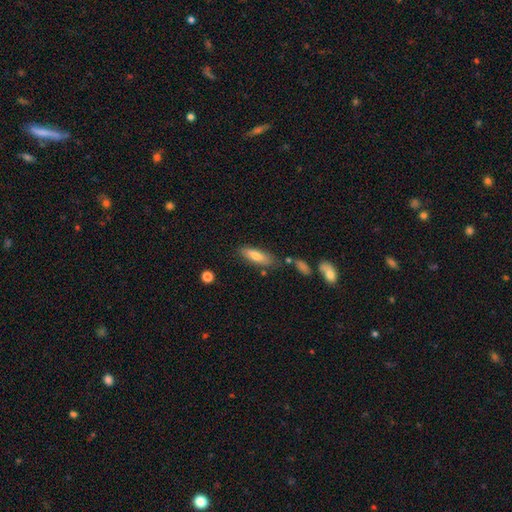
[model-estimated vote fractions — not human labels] smooth_or_featured: smooth (p=0.73) [alt: featured or disk p=0.21]
how_rounded: cigar-shaped (p=0.50) [alt: in between p=0.48]
merging: none (p=0.72) [alt: minor disturbance p=0.18]